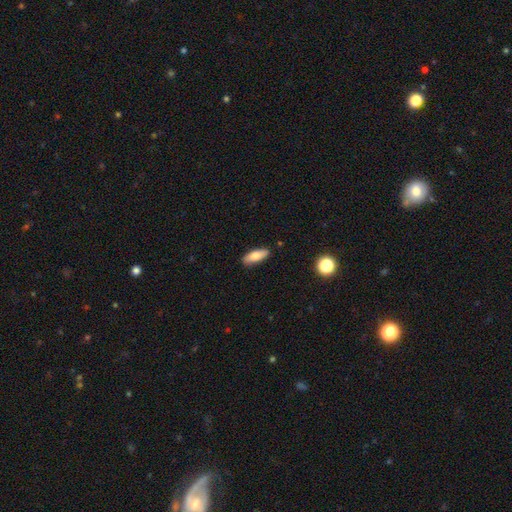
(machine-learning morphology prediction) A smooth galaxy with no disk features (79%) that is in between round and cigar-shaped (68%). Merging: none (86%).